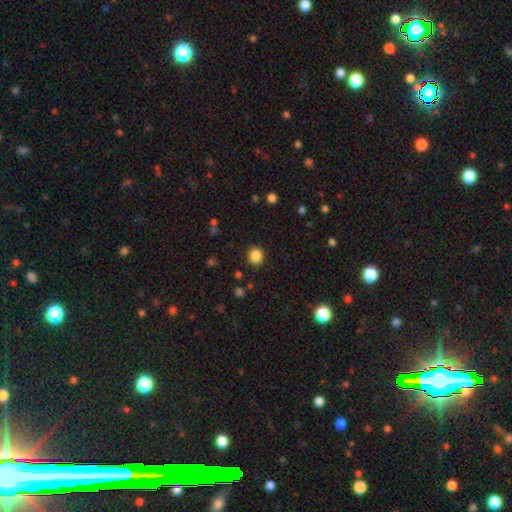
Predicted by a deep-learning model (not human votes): Q: Smooth or featured?
A: smooth (85%); runner-up: star or artifact (11%)
Q: How rounded?
A: round (81%); runner-up: in between (18%)
Q: Merging?
A: none (90%); runner-up: minor disturbance (6%)